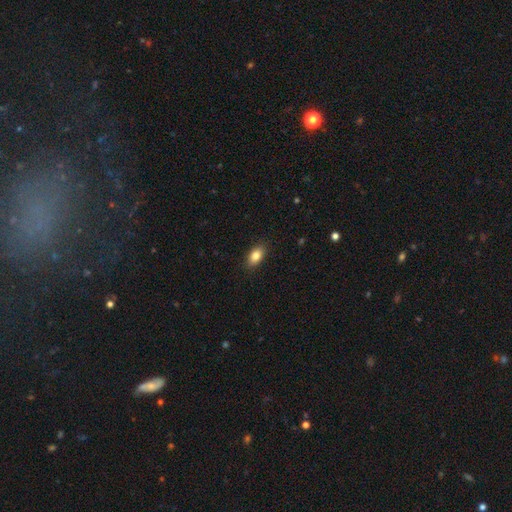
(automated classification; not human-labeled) Smooth or featured?
  - smooth: 84% *
  - featured or disk: 8%
  - star or artifact: 8%
How rounded?
  - in between: 90% *
  - round: 7%
  - cigar-shaped: 3%
Merging?
  - none: 89% *
  - minor disturbance: 8%
  - major disturbance: 2%
  - merger: 1%